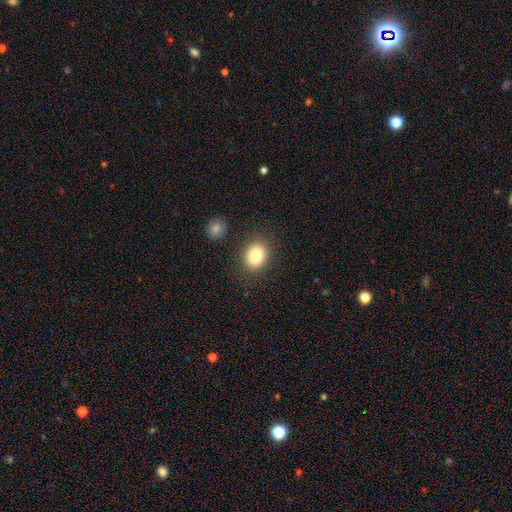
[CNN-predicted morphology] The model was most divided on "how rounded": in between: 62%, round: 37%, cigar-shaped: 1%. More confident: smooth or featured — smooth (84%); merging — none (83%).